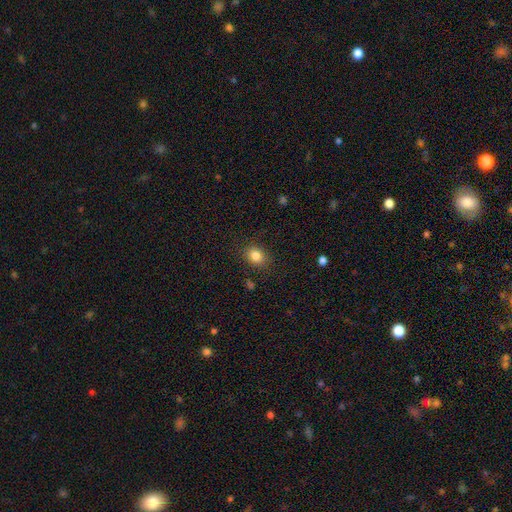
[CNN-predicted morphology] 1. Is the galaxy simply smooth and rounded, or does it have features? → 84% smooth, 10% star or artifact, 6% featured or disk.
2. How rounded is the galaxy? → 50% in between, 49% round, 1% cigar-shaped.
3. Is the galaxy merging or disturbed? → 85% none, 10% minor disturbance, 3% major disturbance, 1% merger.